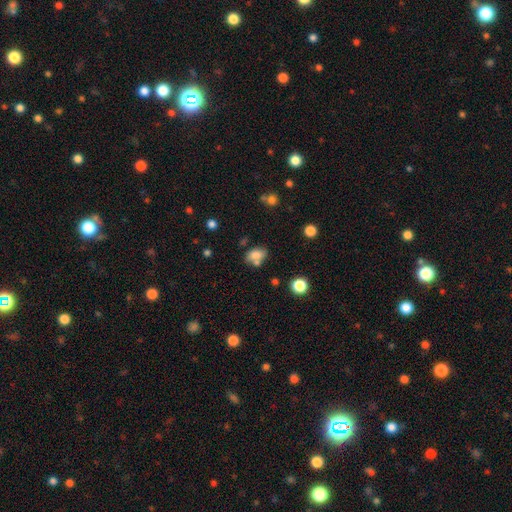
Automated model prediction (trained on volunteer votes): A smooth galaxy with no disk features (78%) that is in between round and cigar-shaped (82%).

Vote fractions:
- Smooth or featured? smooth: 78% / featured or disk: 12% / star or artifact: 11%
- How rounded? in between: 82% / round: 16% / cigar-shaped: 2%
- Merging? none: 53% / merger: 24% / minor disturbance: 17% / major disturbance: 6%